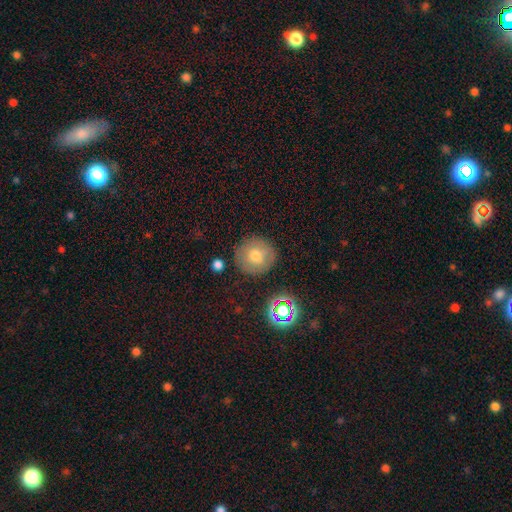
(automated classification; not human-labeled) This is likely a smooth galaxy (70%). How rounded: clearly round (93%). Merging: clearly none (85%).